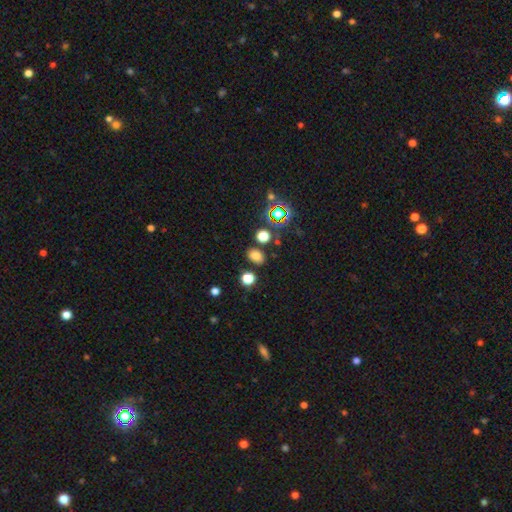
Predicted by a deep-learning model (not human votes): smooth 73%, star or artifact 21%, featured or disk 6%. Down the decision tree: how rounded — in between (69%); merging — none (81%).